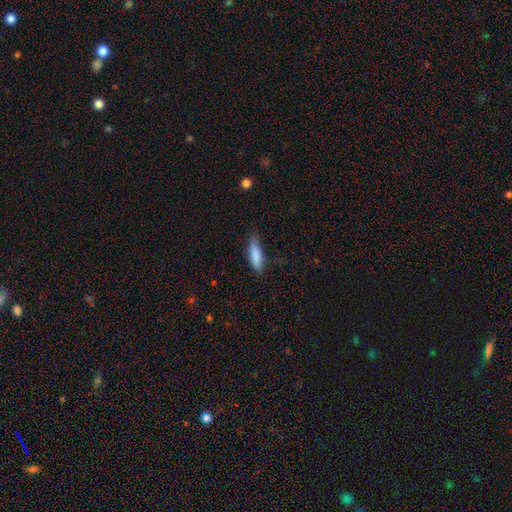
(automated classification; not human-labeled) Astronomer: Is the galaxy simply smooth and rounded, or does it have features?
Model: smooth — 84%.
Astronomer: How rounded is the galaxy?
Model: cigar-shaped — 58% (runner-up: in between, 40%).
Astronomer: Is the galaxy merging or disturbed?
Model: none — 72%.